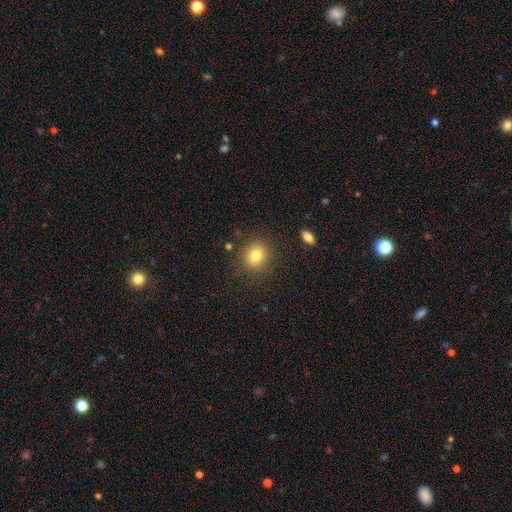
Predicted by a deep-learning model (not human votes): The model was most divided on "how rounded": round: 78%, in between: 21%, cigar-shaped: 1%. More confident: merging — none (85%); smooth or featured — smooth (80%).